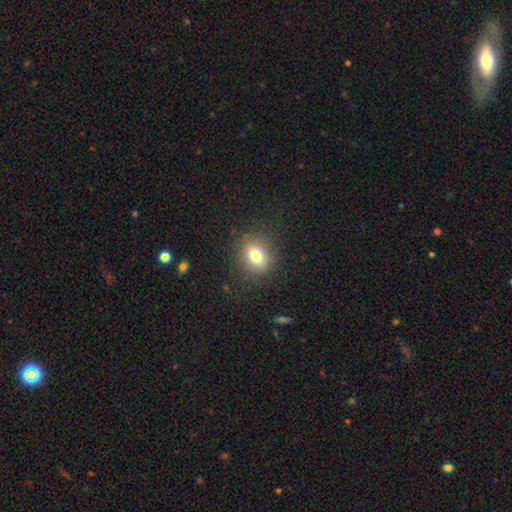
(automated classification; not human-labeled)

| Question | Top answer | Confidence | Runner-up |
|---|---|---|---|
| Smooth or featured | smooth | 75% | star or artifact (13%) |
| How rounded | round | 61% | in between (37%) |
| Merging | none | 85% | minor disturbance (10%) |